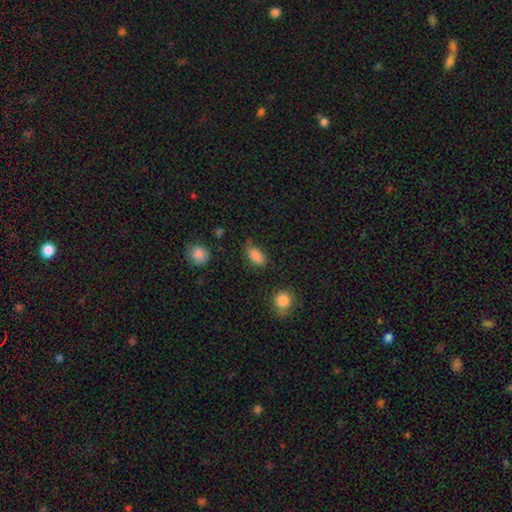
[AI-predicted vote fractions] Smooth or featured: smooth — 85% (star or artifact — 9%)
How rounded: in between — 88% (round — 8%)
Merging: none — 76% (minor disturbance — 17%)